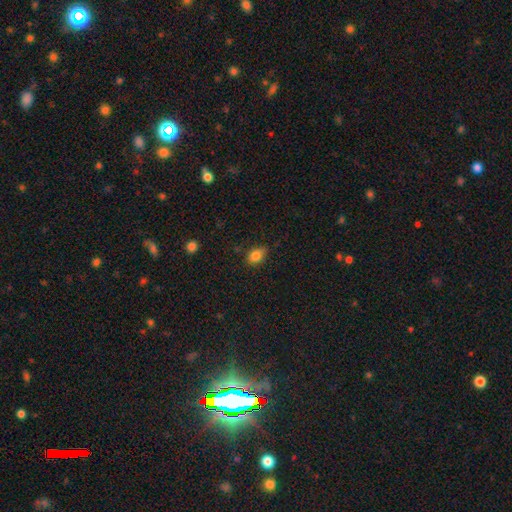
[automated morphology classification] Smooth or featured? smooth (83%)
How rounded? in between (66%)
Merging? none (71%)